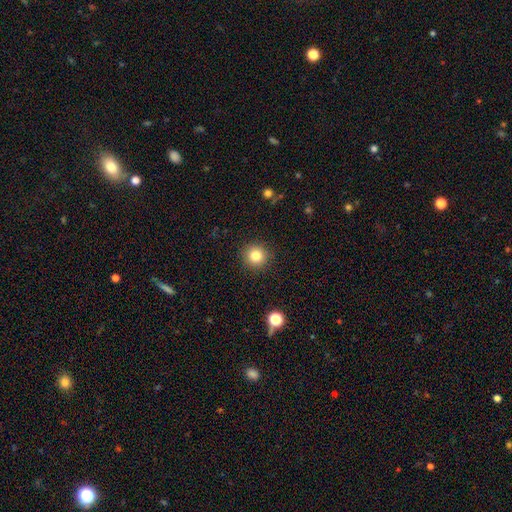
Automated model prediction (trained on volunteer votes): smooth_or_featured: smooth (p=0.82) [alt: star or artifact p=0.12]
how_rounded: round (p=0.95) [alt: in between p=0.04]
merging: none (p=0.91) [alt: minor disturbance p=0.06]